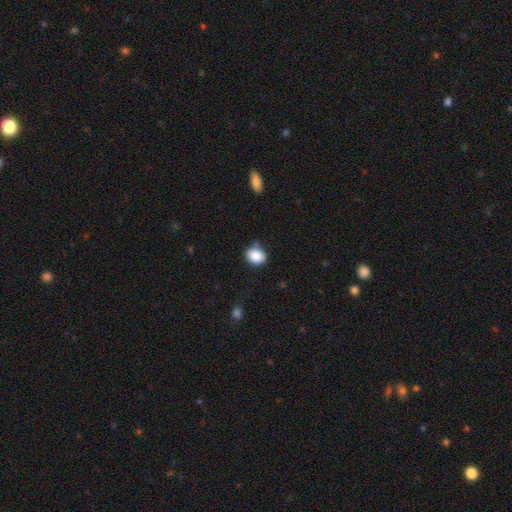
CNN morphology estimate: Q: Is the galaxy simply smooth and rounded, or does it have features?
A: smooth — 86%.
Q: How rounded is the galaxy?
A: round — 50%.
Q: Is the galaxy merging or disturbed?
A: none — 73%.